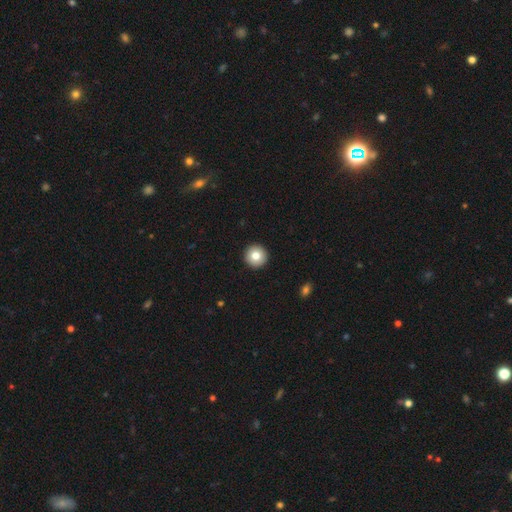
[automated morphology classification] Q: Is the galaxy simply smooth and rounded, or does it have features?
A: smooth — 80%.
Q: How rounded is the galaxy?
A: round — 97%.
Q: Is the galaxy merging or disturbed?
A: none — 94%.